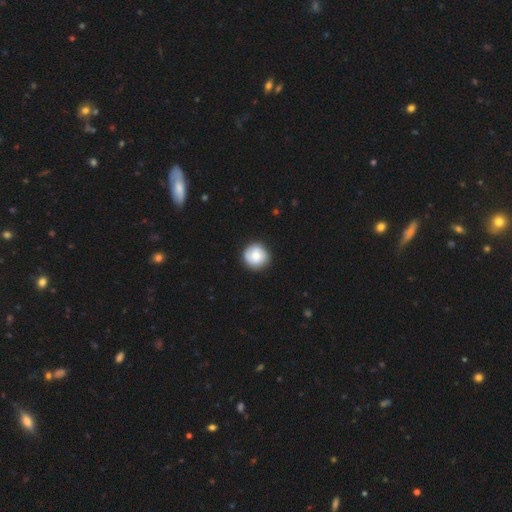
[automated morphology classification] smooth_or_featured: smooth (p=0.69) [alt: featured or disk p=0.24]
how_rounded: round (p=0.94) [alt: in between p=0.05]
merging: none (p=0.85) [alt: minor disturbance p=0.11]